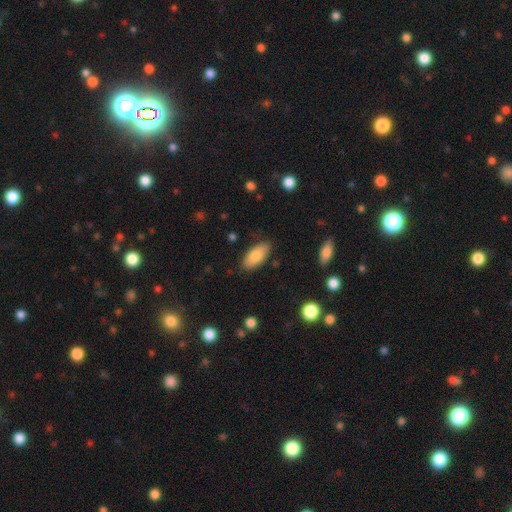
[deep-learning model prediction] Smooth or featured? smooth (81%)
How rounded? in between (89%)
Merging? none (85%)